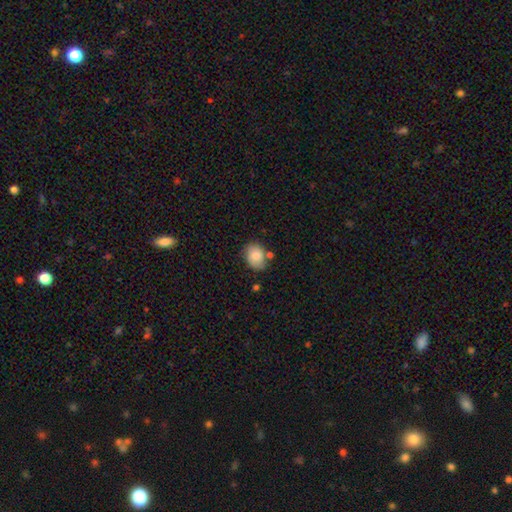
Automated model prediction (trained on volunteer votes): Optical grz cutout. It shows a smooth galaxy with no disk features (78%) that is in between round and cigar-shaped (55%). Merging: none (66%).